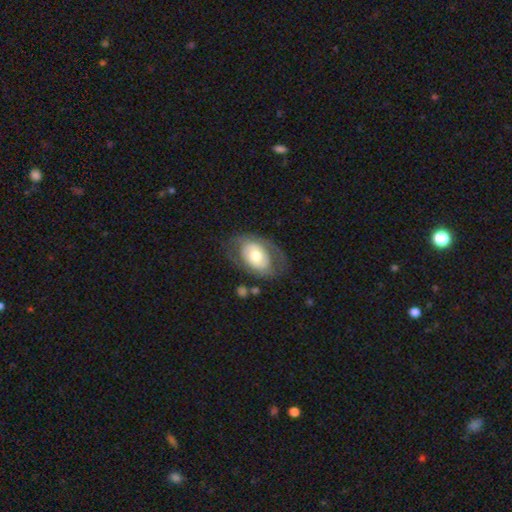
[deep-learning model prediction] This is possibly a featured or disk galaxy (54%). It is clearly not viewed edge-on (93%). Bar: likely no (75%). Spiral arm pattern: possibly no (59%). Central bulge: likely moderate (66%). Merging: likely none (63%).